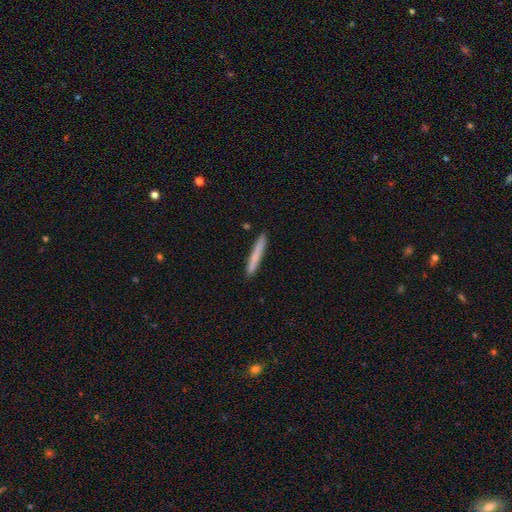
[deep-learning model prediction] Q: Smooth or featured?
A: smooth (75%); runner-up: featured or disk (20%)
Q: How rounded?
A: cigar-shaped (97%); runner-up: in between (2%)
Q: Merging?
A: none (91%); runner-up: minor disturbance (7%)